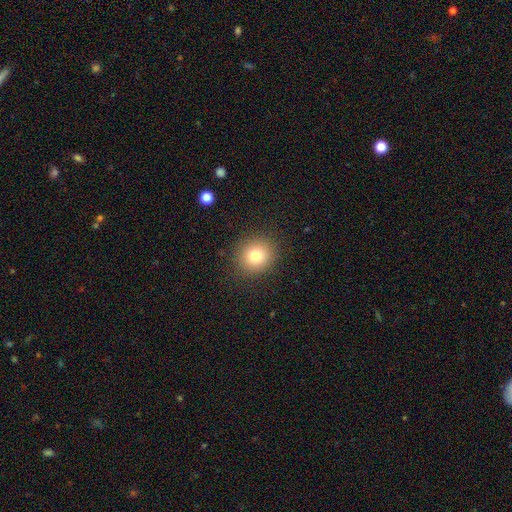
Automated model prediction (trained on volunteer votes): Smooth or featured?
  - smooth: 81% *
  - star or artifact: 11%
  - featured or disk: 8%
How rounded?
  - round: 83% *
  - in between: 16%
  - cigar-shaped: 1%
Merging?
  - none: 89% *
  - minor disturbance: 7%
  - major disturbance: 3%
  - merger: 1%